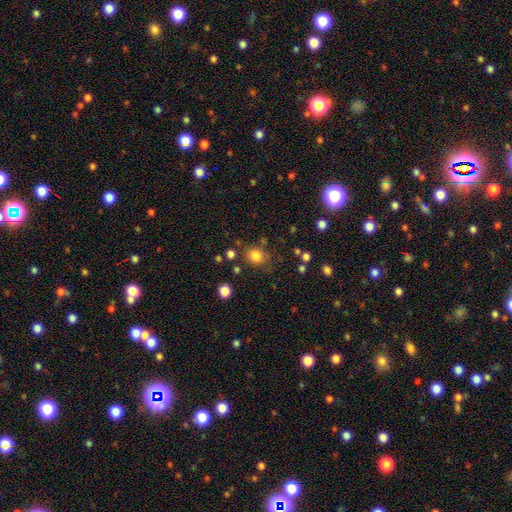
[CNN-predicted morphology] Q: Smooth or featured?
A: smooth (82%); runner-up: star or artifact (13%)
Q: How rounded?
A: round (70%); runner-up: in between (29%)
Q: Merging?
A: none (75%); runner-up: minor disturbance (14%)